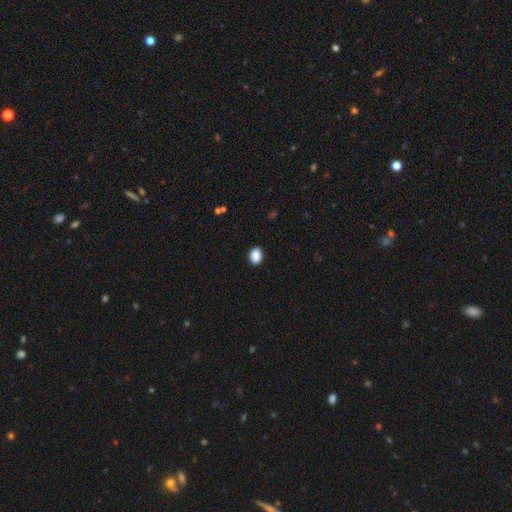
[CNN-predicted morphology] type=smooth (89%); roundness=in between (68%); merging=none (89%).